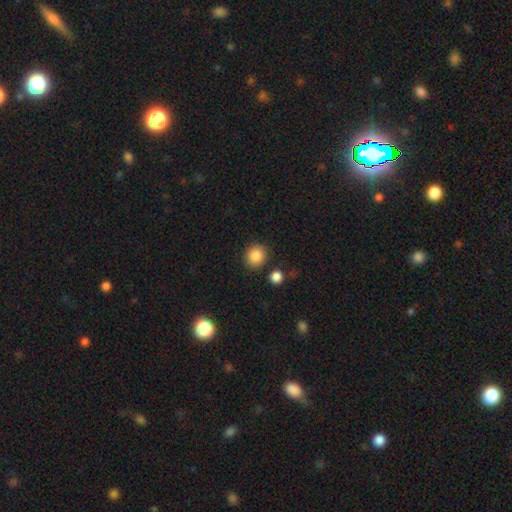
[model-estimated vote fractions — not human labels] Overall: smooth (87%). How rounded: round (84%). Merging: none (86%).